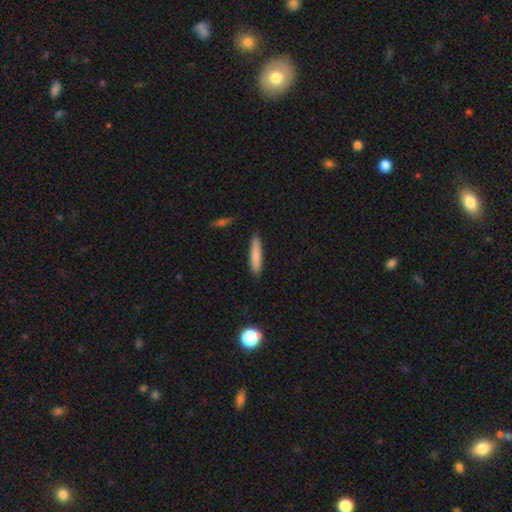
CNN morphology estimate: Smooth or featured?
  - smooth: 81% *
  - featured or disk: 12%
  - star or artifact: 7%
How rounded?
  - cigar-shaped: 89% *
  - in between: 9%
  - round: 1%
Merging?
  - none: 89% *
  - minor disturbance: 8%
  - major disturbance: 2%
  - merger: 1%